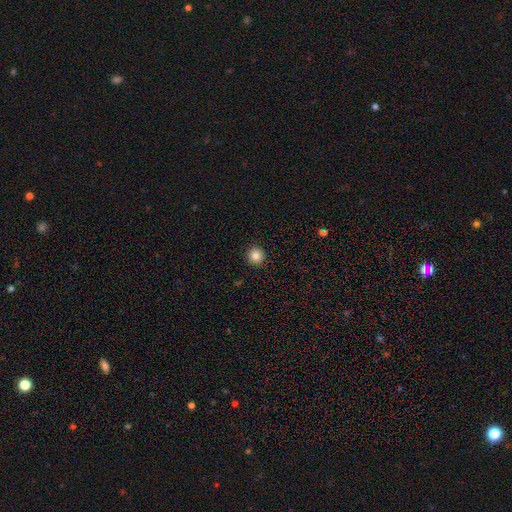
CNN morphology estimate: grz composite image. It shows a smooth galaxy with no disk features (84%) that is round (94%). Merging: none (93%).